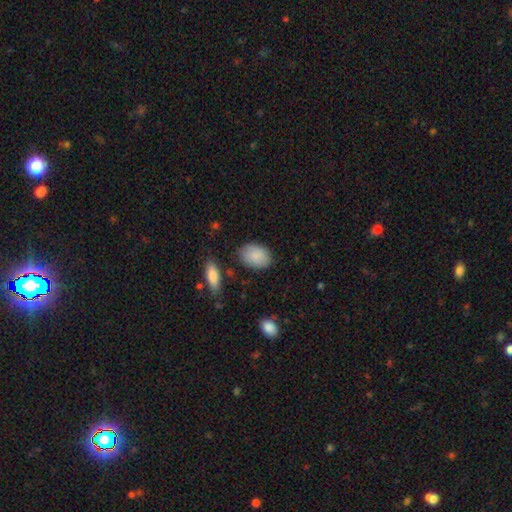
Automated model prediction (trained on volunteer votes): Morphology: type=smooth (88%); roundness=in between (83%); merging=none (80%).